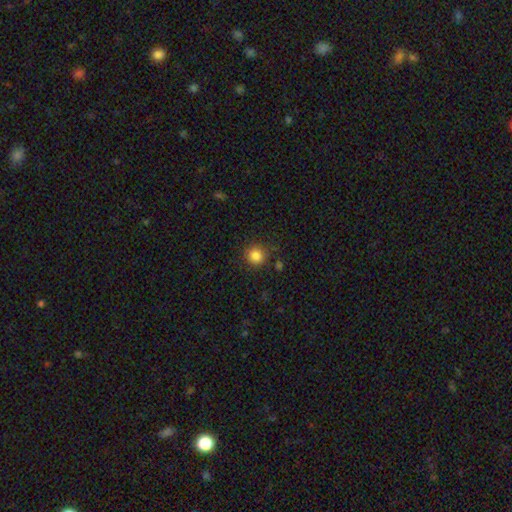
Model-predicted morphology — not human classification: A smooth galaxy with no disk features (84%) that is round (90%). Merging: none (85%).